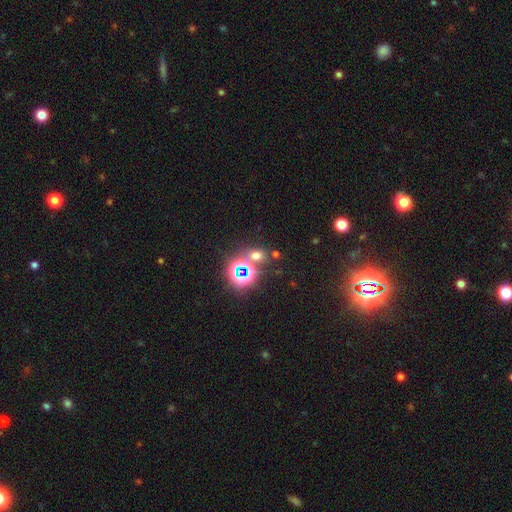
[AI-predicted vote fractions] Smooth or featured? smooth (48%)
Merging? none (71%)